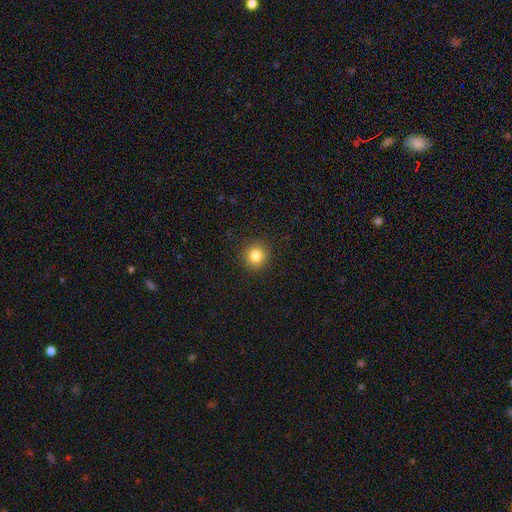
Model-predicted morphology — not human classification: A smooth galaxy with no disk features (83%) that is round (93%). Merging: none (92%).